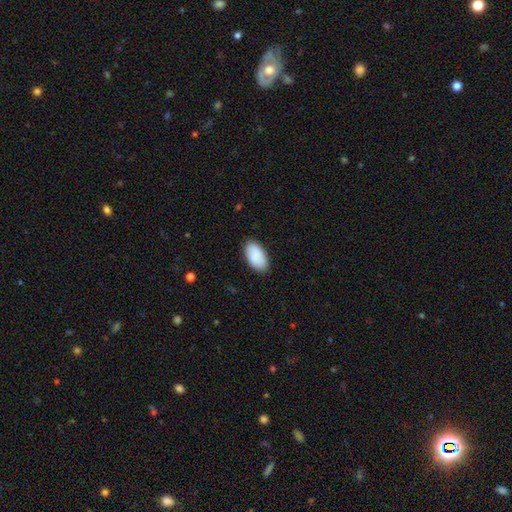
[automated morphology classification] type=smooth (89%); roundness=in between (96%); merging=none (86%).